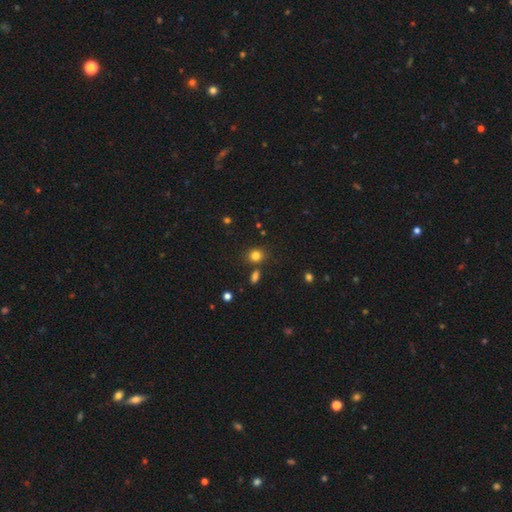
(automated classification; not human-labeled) This is clearly a smooth galaxy (81%). How rounded: likely round (75%). Merging: likely none (78%).